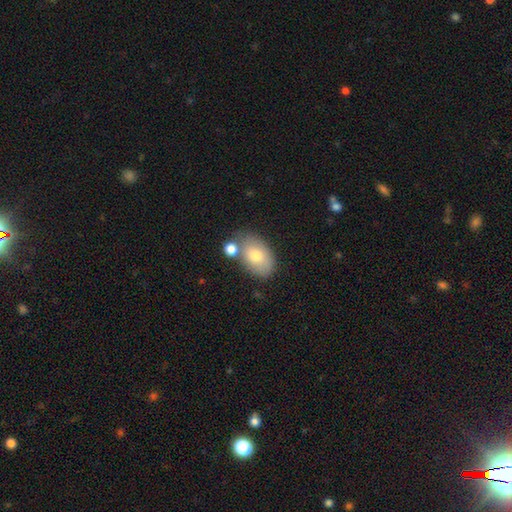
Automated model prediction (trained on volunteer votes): Smooth or featured?
  - smooth: 74% *
  - featured or disk: 18%
  - star or artifact: 8%
How rounded?
  - in between: 88% *
  - round: 10%
  - cigar-shaped: 1%
Merging?
  - none: 61% *
  - merger: 18%
  - minor disturbance: 16%
  - major disturbance: 5%